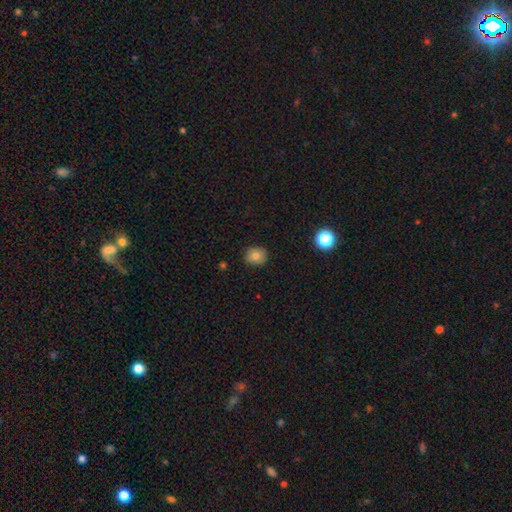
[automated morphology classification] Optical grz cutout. It shows a smooth galaxy with no disk features (79%) that is round (78%). Merging: none (87%).